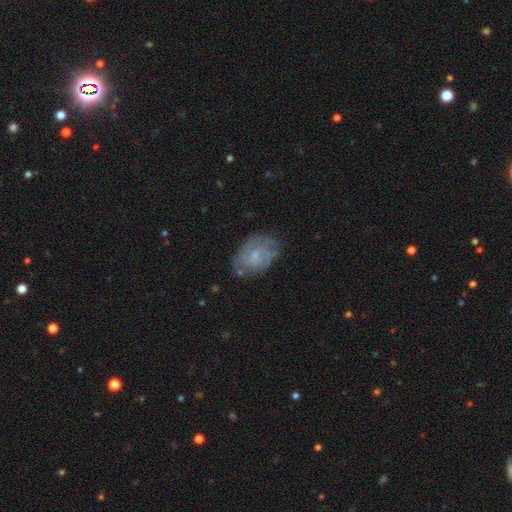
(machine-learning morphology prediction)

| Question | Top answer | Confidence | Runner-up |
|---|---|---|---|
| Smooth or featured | featured or disk | 71% | smooth (21%) |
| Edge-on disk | no | 97% | yes (3%) |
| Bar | no | 51% | weak (43%) |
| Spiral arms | yes | 88% | no (12%) |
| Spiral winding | tight | 53% | medium (37%) |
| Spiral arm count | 2 | 43% | can't tell (32%) |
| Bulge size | small | 63% | moderate (24%) |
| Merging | none | 67% | minor disturbance (23%) |